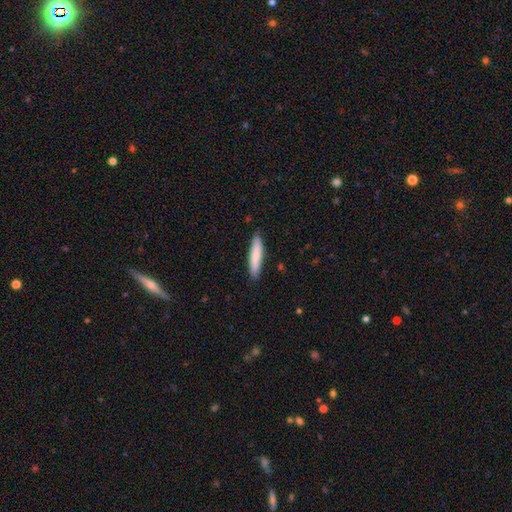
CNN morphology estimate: type=smooth (81%); roundness=cigar-shaped (87%); merging=none (88%).